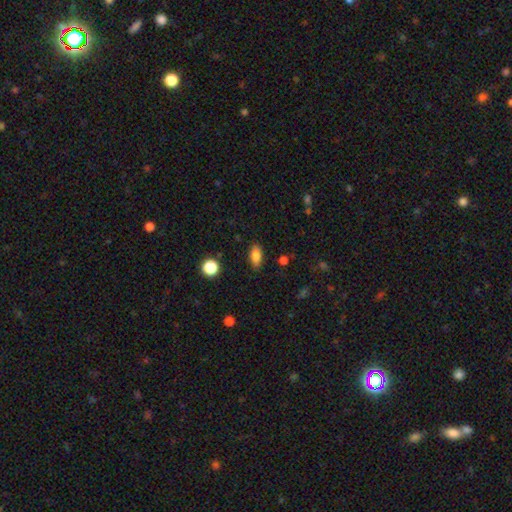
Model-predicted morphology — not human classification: Smooth or featured?
  - smooth: 81% *
  - featured or disk: 10%
  - star or artifact: 9%
How rounded?
  - in between: 85% *
  - cigar-shaped: 10%
  - round: 5%
Merging?
  - none: 85% *
  - minor disturbance: 11%
  - major disturbance: 3%
  - merger: 2%